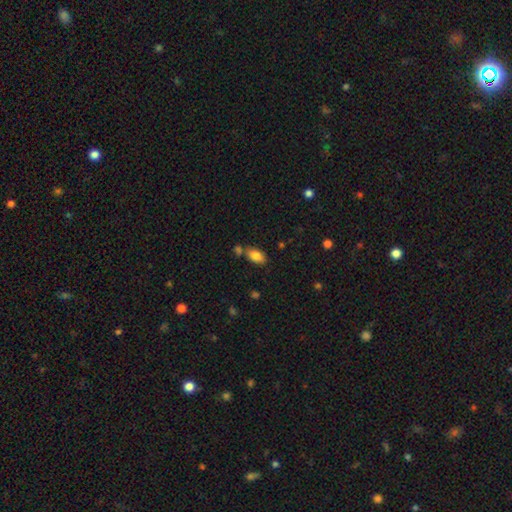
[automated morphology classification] A smooth galaxy with no disk features (84%) that is in between round and cigar-shaped (91%). Merging: none (67%).